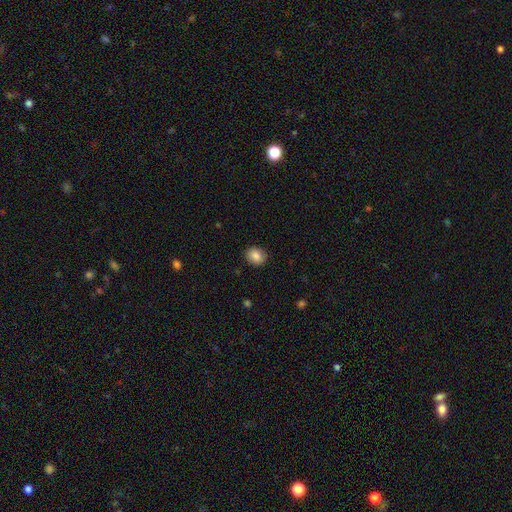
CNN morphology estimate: Smooth or featured? smooth (85%)
How rounded? round (75%)
Merging? none (89%)